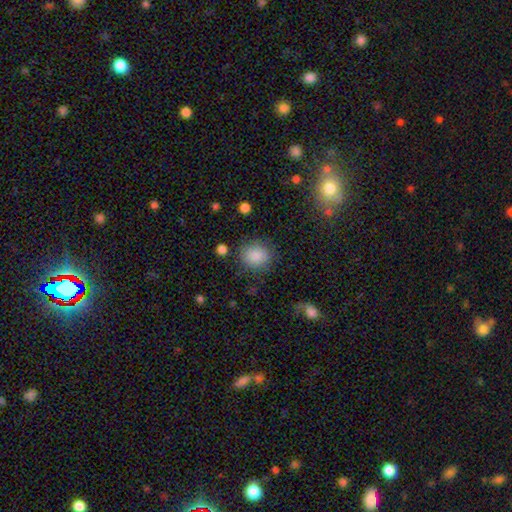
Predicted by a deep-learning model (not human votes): A smooth galaxy with no disk features (86%) that is round (76%). Merging: none (81%).